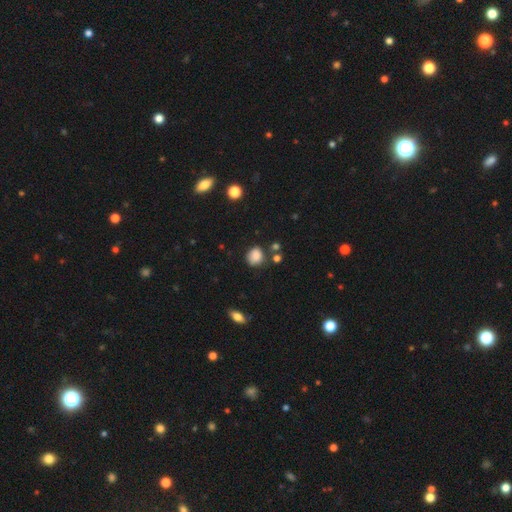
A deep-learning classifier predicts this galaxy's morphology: smooth 84%, star or artifact 11%, featured or disk 6%. Down the decision tree: how rounded — round (74%); merging — none (71%).